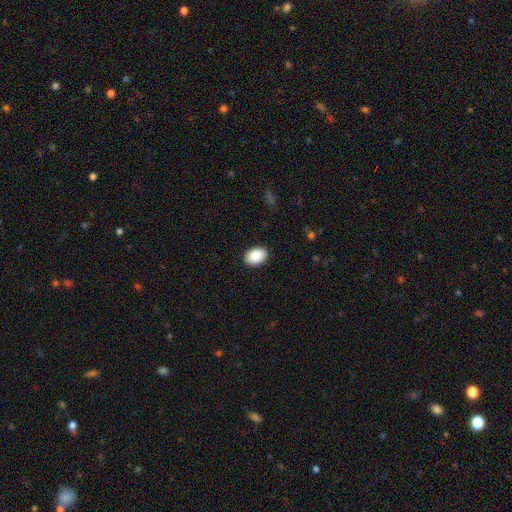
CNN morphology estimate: smooth 89%, star or artifact 7%, featured or disk 4%. Down the decision tree: how rounded — in between (85%); merging — none (90%).